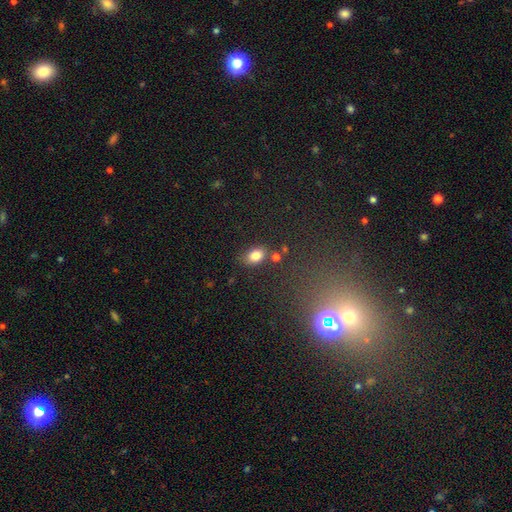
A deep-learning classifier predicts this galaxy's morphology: This appears to be a smooth galaxy with no disk features (83%) that is in between round and cigar-shaped (78%). Merging: none (74%).